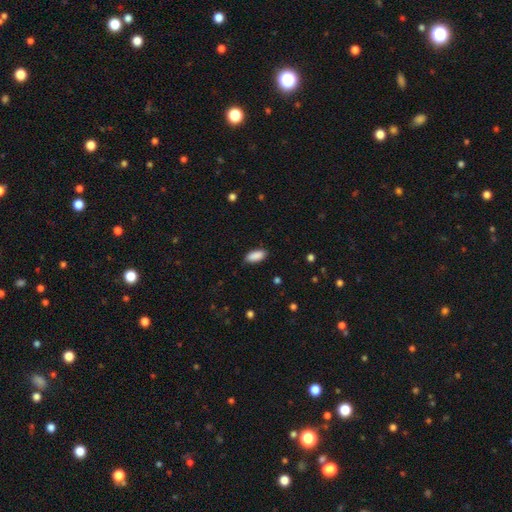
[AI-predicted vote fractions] The model was most divided on "merging": none: 86%, minor disturbance: 11%, major disturbance: 2%, merger: 1%. More confident: smooth or featured — smooth (90%); how rounded — in between (88%).